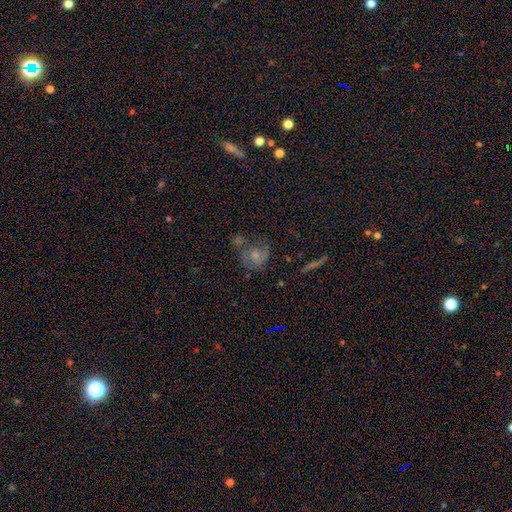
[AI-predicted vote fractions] Morphology: type=featured or disk (58%); edge-on=no (97%); bar=no (72%); spiral arms=yes (81%); bulge=moderate (41%); merging=none (43%).